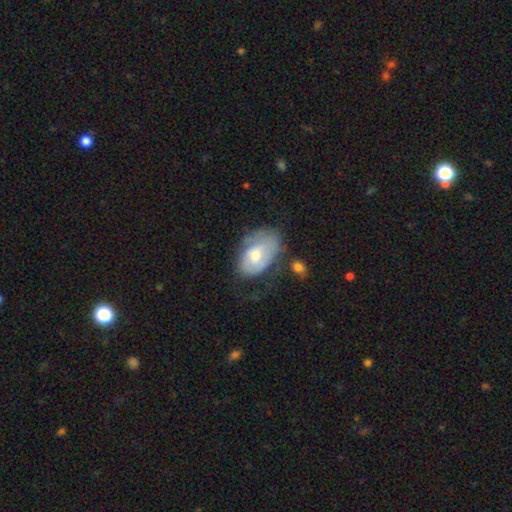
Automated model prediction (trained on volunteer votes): A smooth galaxy with no disk features (51%) that is in between round and cigar-shaped (89%).

Vote fractions:
- Smooth or featured? smooth: 51% / featured or disk: 43% / star or artifact: 7%
- How rounded? in between: 89% / round: 9% / cigar-shaped: 1%
- Merging? none: 46% / minor disturbance: 32% / major disturbance: 18% / merger: 4%